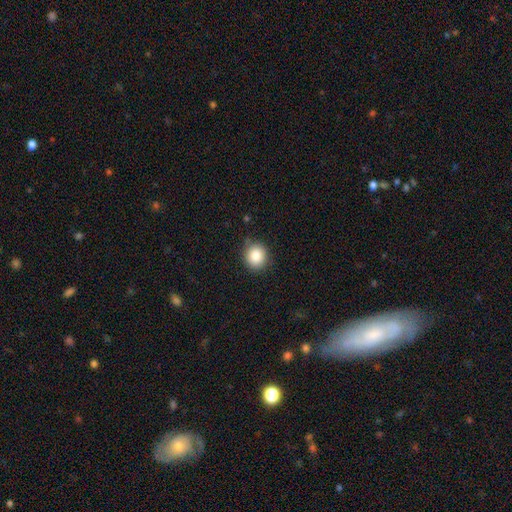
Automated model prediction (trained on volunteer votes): Smooth or featured: smooth — 85% (star or artifact — 9%)
How rounded: round — 83% (in between — 16%)
Merging: none — 85% (minor disturbance — 11%)